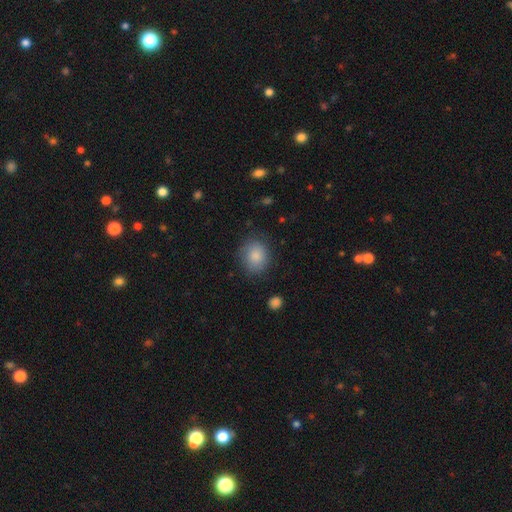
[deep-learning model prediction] A smooth galaxy with no disk features (86%) that is round (69%). Merging: none (78%).